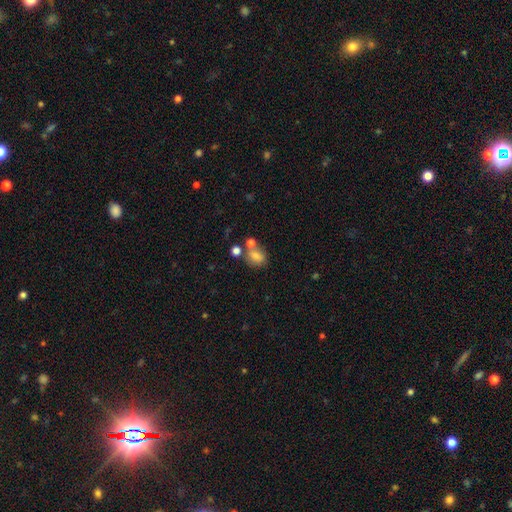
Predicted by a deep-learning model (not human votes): smooth-or-featured: smooth: 75% | featured or disk: 13% | star or artifact: 13%
  how-rounded: in between: 54% | round: 45% | cigar-shaped: 1%
  merging: none: 50% | merger: 29% | minor disturbance: 15% | major disturbance: 7%